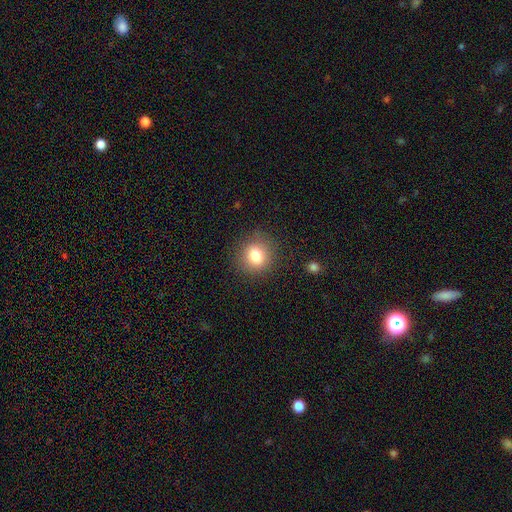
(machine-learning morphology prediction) smooth_or_featured: smooth (p=0.81) [alt: star or artifact p=0.11]
how_rounded: round (p=0.84) [alt: in between p=0.15]
merging: none (p=0.86) [alt: minor disturbance p=0.09]